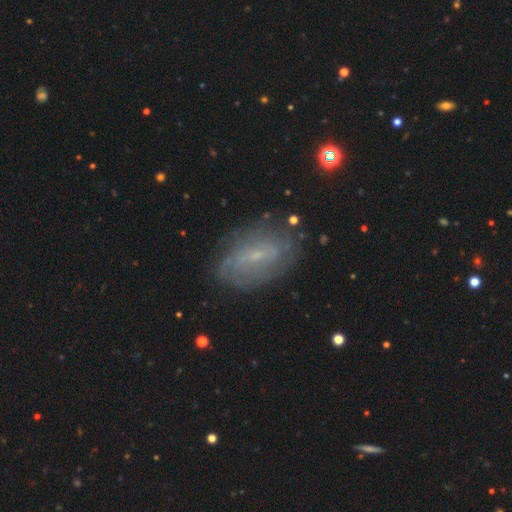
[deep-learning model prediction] Smooth or featured? featured or disk (59%)
Edge-on disk? no (91%)
Bar? weak (48%)
Spiral arms? yes (66%)
Bulge size? small (79%)
Merging? none (75%)